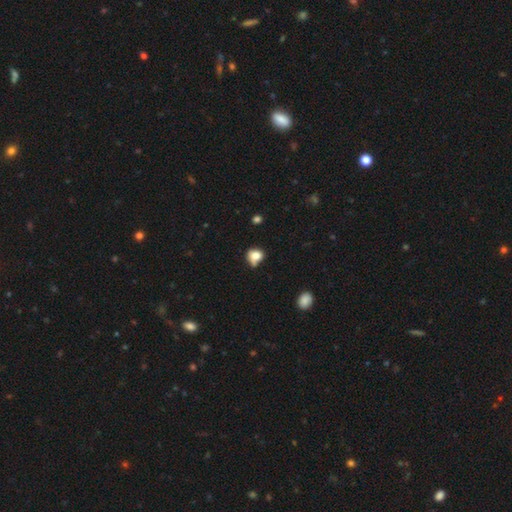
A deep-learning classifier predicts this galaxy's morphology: A smooth galaxy with no disk features (78%) that is round (64%).

Vote fractions:
- Smooth or featured? smooth: 78% / star or artifact: 11% / featured or disk: 11%
- How rounded? round: 64% / in between: 35% / cigar-shaped: 1%
- Merging? none: 41% / minor disturbance: 32% / merger: 14% / major disturbance: 13%